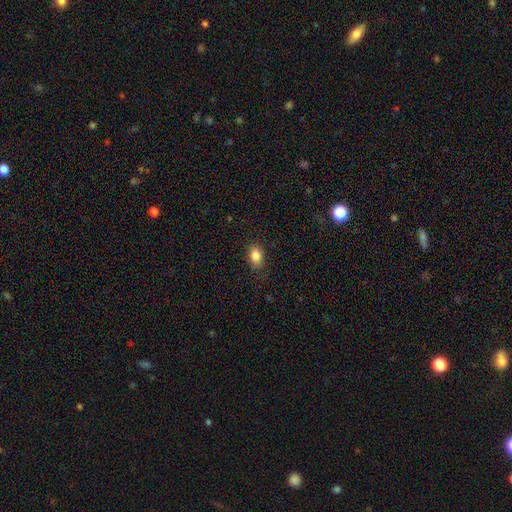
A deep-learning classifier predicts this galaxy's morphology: A smooth galaxy with no disk features (85%) that is in between round and cigar-shaped (79%). Merging: none (84%).